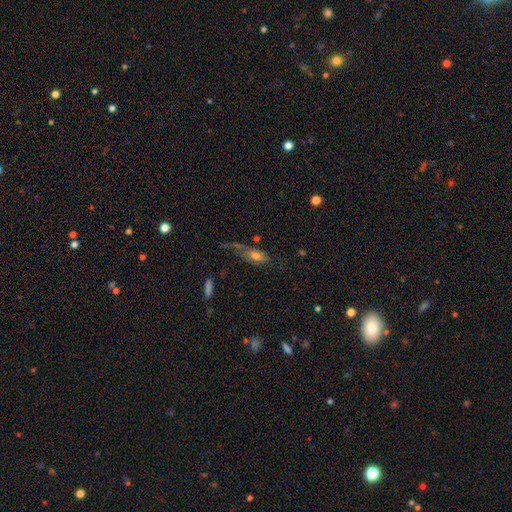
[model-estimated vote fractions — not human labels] smooth 61%, featured or disk 28%, star or artifact 10%. Down the decision tree: how rounded — in between (76%); merging — none (36%).